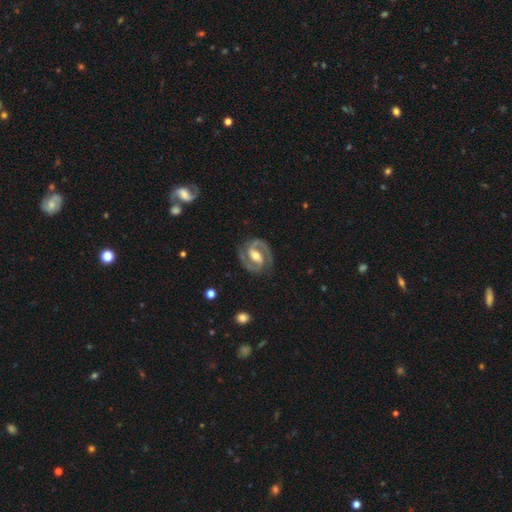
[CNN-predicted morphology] smooth-or-featured: featured or disk: 91% | smooth: 5% | star or artifact: 4%
  disk-edge-on: no: 98% | yes: 2%
    bar: strong: 46% | weak: 37% | no: 17%
    has-spiral-arms: yes: 97% | no: 3%
      spiral-winding: medium: 51% | tight: 42% | loose: 7%
      spiral-arm-count: 2: 94% | can't tell: 2% | 3: 1% | 1: 1% | 4: 1% | more than 4: 1%
    bulge-size: moderate: 70% | small: 20% | large: 8% | none: 1% | dominant: 1%
  merging: none: 84% | minor disturbance: 11% | major disturbance: 4% | merger: 1%